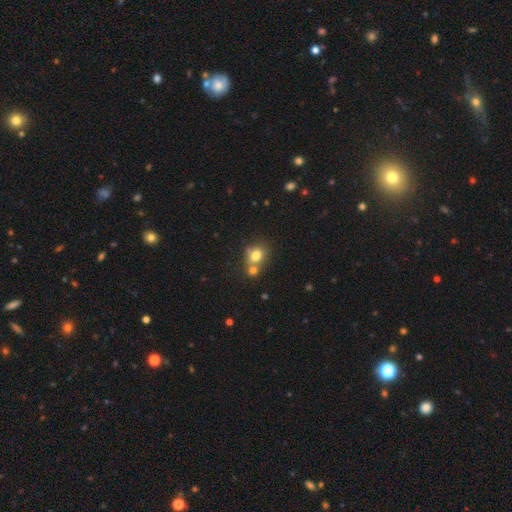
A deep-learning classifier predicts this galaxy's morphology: smooth-or-featured: smooth: 75% | featured or disk: 13% | star or artifact: 12%
  how-rounded: round: 65% | in between: 34% | cigar-shaped: 1%
  merging: none: 43% | merger: 42% | minor disturbance: 11% | major disturbance: 4%